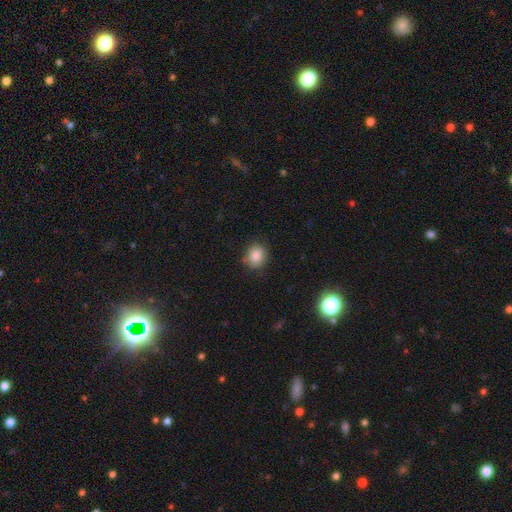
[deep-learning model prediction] This is clearly a smooth galaxy (85%). How rounded: likely round (69%). Merging: clearly none (84%).